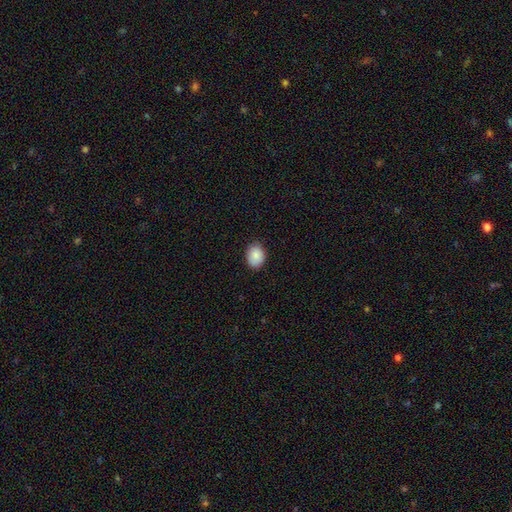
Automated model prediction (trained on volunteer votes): Smooth or featured: smooth — 88% (star or artifact — 8%)
How rounded: in between — 61% (round — 38%)
Merging: none — 86% (minor disturbance — 11%)